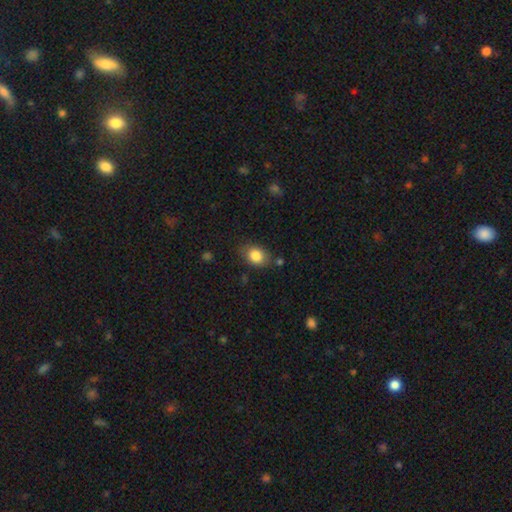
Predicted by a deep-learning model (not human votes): Smooth or featured?
  - smooth: 84% *
  - star or artifact: 8%
  - featured or disk: 7%
How rounded?
  - in between: 65% *
  - round: 34%
  - cigar-shaped: 1%
Merging?
  - none: 75% *
  - minor disturbance: 17%
  - major disturbance: 4%
  - merger: 4%